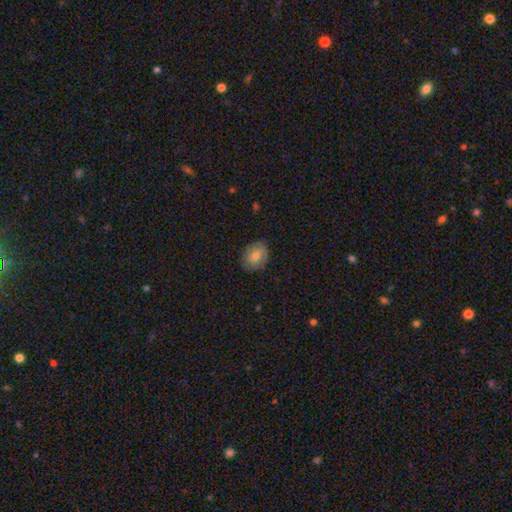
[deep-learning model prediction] Smooth or featured? Predicted: smooth (p=0.73). How rounded? Predicted: in between (p=0.58). Merging? Predicted: none (p=0.85).